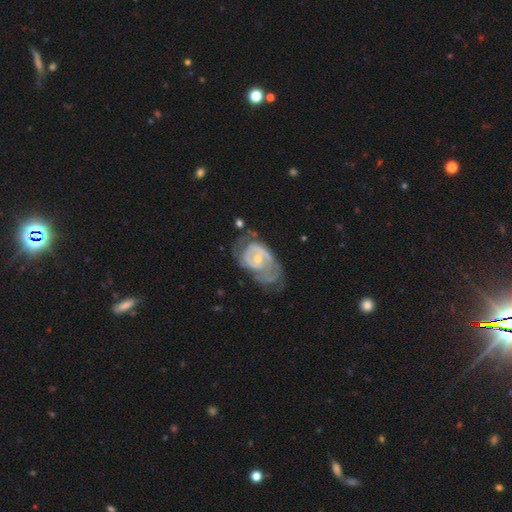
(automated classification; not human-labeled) A featured or disk galaxy (77%) with no bar (49%), 2 (49%) tight (52%) spiral arms (88%) and a small central bulge (60%).

Vote fractions:
- Smooth or featured? featured or disk: 77% / smooth: 13% / star or artifact: 10%
- Edge-on disk? no: 96% / yes: 4%
- Bar? no: 49% / weak: 41% / strong: 10%
- Spiral arms? yes: 88% / no: 12%
- Spiral winding? tight: 52% / medium: 36% / loose: 12%
- Spiral arm count? 2: 49% / can't tell: 29% / 3: 9% / 1: 6% / 4: 3% / more than 4: 3%
- Bulge size? small: 60% / moderate: 33% / none: 5% / large: 2% / dominant: 1%
- Merging? none: 53% / minor disturbance: 25% / major disturbance: 18% / merger: 4%